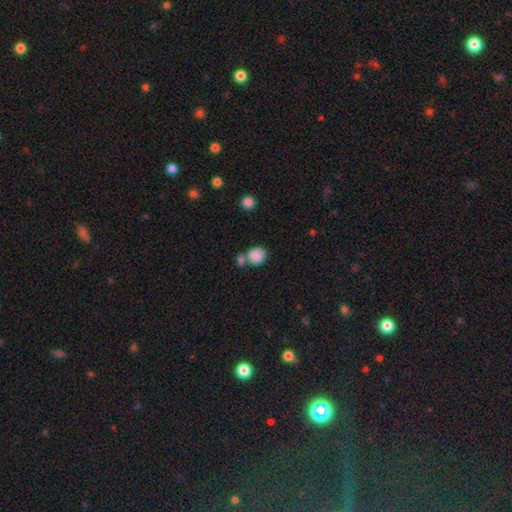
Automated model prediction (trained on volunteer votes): Smooth or featured? Predicted: smooth (p=0.84). How rounded? Predicted: round (p=0.68). Merging? Predicted: none (p=0.43).